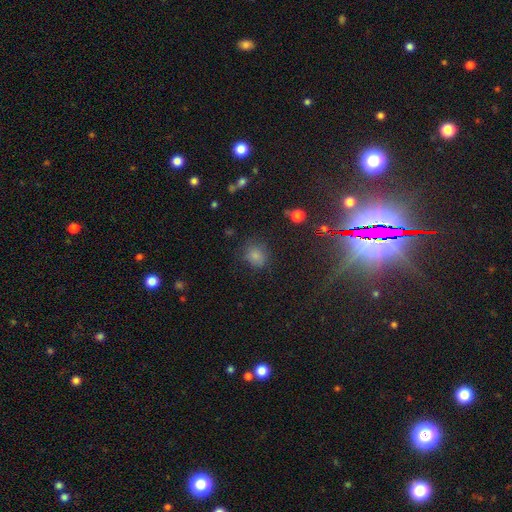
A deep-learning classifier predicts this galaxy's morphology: Smooth or featured? Predicted: smooth (p=0.77). How rounded? Predicted: round (p=0.70). Merging? Predicted: none (p=0.74).